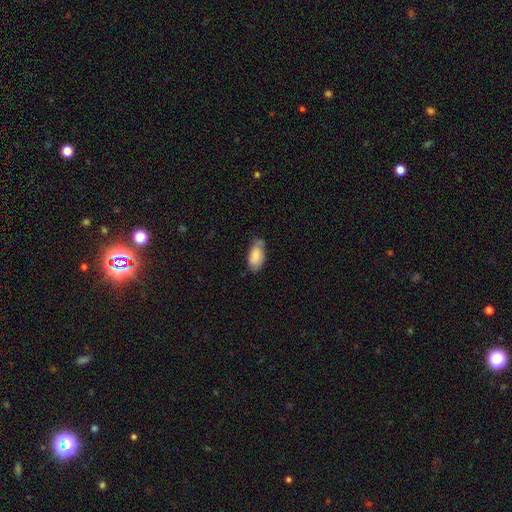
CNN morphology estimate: Q: Smooth or featured?
A: smooth (82%); runner-up: featured or disk (11%)
Q: How rounded?
A: in between (93%); runner-up: cigar-shaped (5%)
Q: Merging?
A: none (58%); runner-up: minor disturbance (33%)